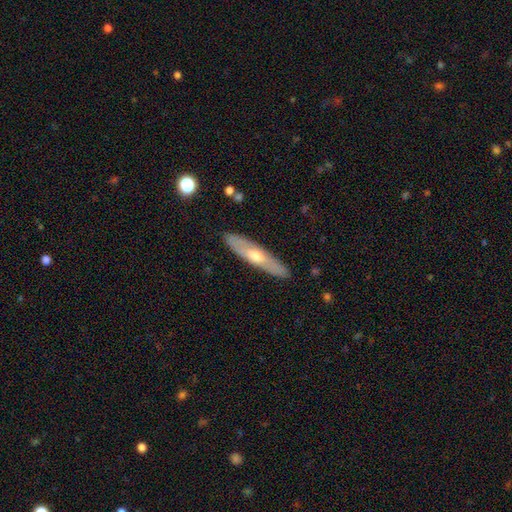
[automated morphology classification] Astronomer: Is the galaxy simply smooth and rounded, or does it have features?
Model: featured or disk — 50% (runner-up: smooth, 45%).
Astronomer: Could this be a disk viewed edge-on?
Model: yes — 70%.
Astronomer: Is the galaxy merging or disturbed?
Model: none — 88%.